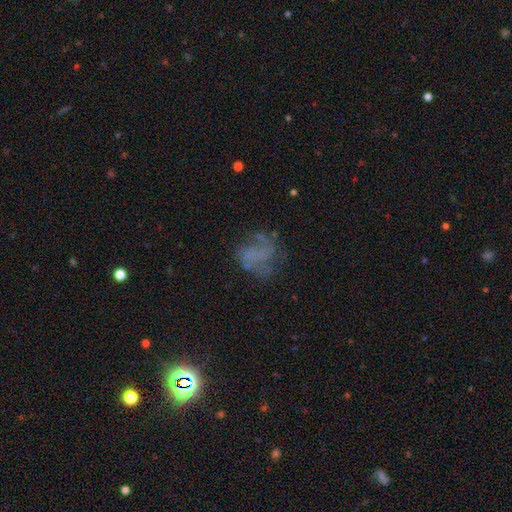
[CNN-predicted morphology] Q: Smooth or featured?
A: featured or disk (55%); runner-up: smooth (28%)
Q: Edge-on disk?
A: no (98%); runner-up: yes (2%)
Q: Bar?
A: no (73%); runner-up: weak (20%)
Q: Spiral arms?
A: yes (60%); runner-up: no (40%)
Q: Bulge size?
A: none (80%); runner-up: small (10%)
Q: Merging?
A: none (51%); runner-up: major disturbance (25%)